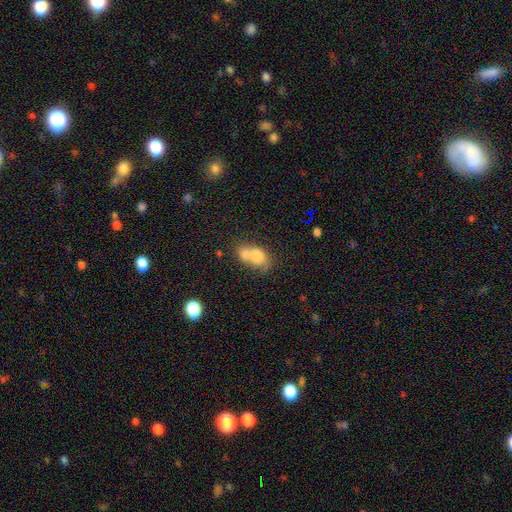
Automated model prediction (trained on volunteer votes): Smooth or featured: smooth — 72% (featured or disk — 18%)
How rounded: in between — 55% (round — 43%)
Merging: merger — 68% (none — 20%)